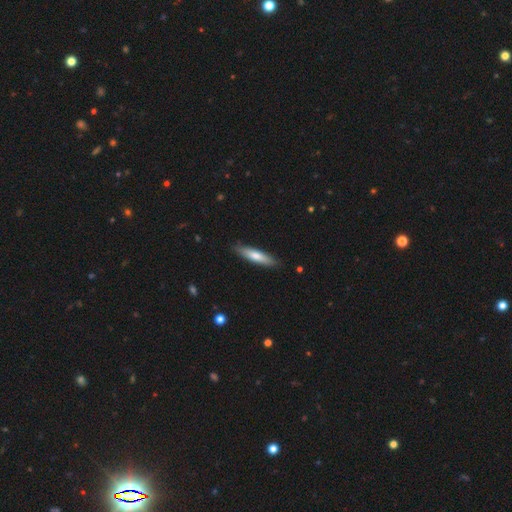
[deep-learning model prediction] smooth_or_featured: smooth (p=0.68) [alt: featured or disk p=0.27]
how_rounded: cigar-shaped (p=0.81) [alt: in between p=0.18]
merging: none (p=0.88) [alt: minor disturbance p=0.09]